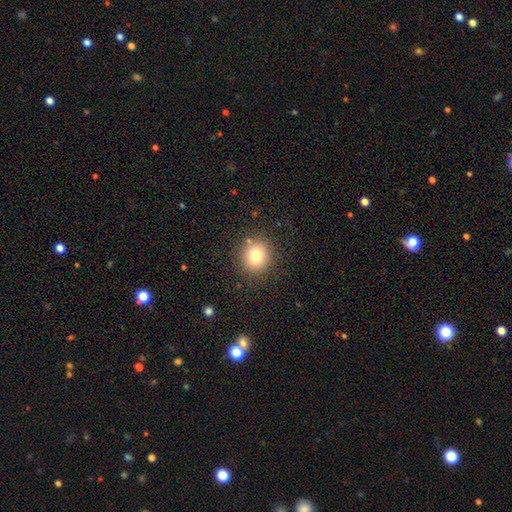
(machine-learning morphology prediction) Q: Smooth or featured?
A: smooth (77%); runner-up: star or artifact (13%)
Q: How rounded?
A: round (87%); runner-up: in between (12%)
Q: Merging?
A: none (87%); runner-up: minor disturbance (8%)